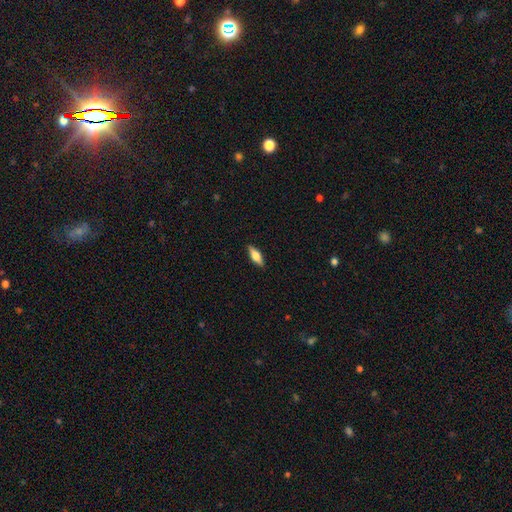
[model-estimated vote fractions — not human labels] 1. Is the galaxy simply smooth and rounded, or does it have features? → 61% smooth, 33% featured or disk, 6% star or artifact.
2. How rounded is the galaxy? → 62% in between, 35% cigar-shaped, 3% round.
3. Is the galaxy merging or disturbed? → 89% none, 9% minor disturbance, 2% major disturbance, 1% merger.